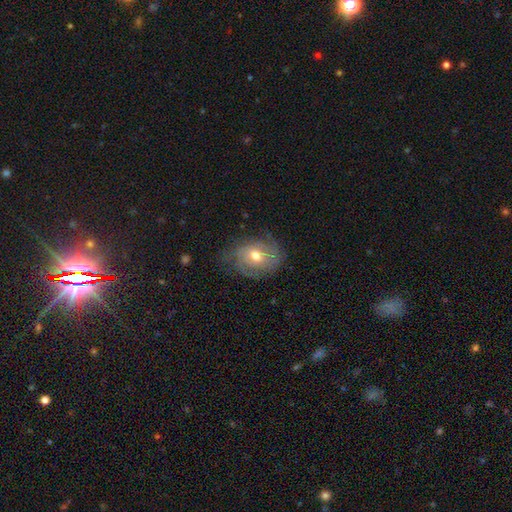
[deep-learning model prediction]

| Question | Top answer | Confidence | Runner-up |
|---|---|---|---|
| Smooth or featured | featured or disk | 62% | smooth (30%) |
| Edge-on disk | no | 96% | yes (4%) |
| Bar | no | 64% | weak (31%) |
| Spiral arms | yes | 79% | no (21%) |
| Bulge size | moderate | 70% | small (23%) |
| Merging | none | 62% | minor disturbance (24%) |